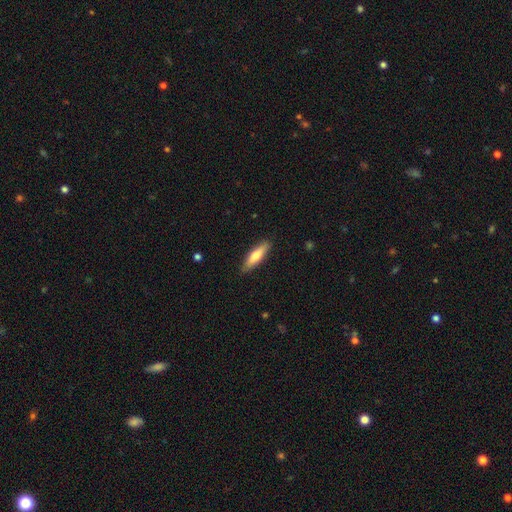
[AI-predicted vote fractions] smooth_or_featured: smooth (p=0.67) [alt: featured or disk p=0.28]
how_rounded: cigar-shaped (p=0.68) [alt: in between p=0.30]
merging: none (p=0.87) [alt: minor disturbance p=0.10]